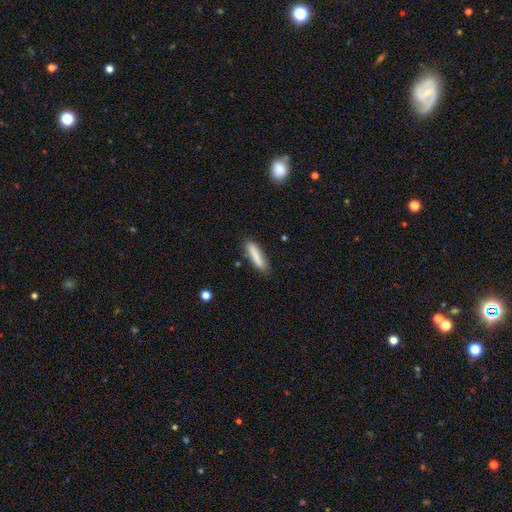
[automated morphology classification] Smooth or featured: smooth — 83% (featured or disk — 10%)
How rounded: cigar-shaped — 80% (in between — 19%)
Merging: none — 82% (minor disturbance — 13%)